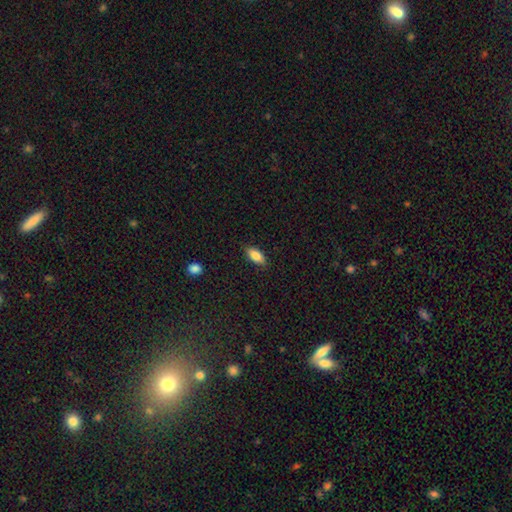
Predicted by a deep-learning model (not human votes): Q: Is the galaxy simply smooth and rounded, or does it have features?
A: smooth — 85%.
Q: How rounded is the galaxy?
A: in between — 88%.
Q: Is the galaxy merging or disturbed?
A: none — 86%.